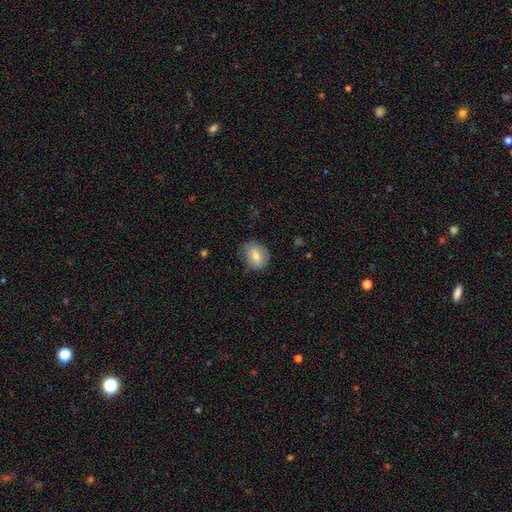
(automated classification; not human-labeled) Morphology: type=smooth (71%); roundness=in between (52%); merging=none (72%).